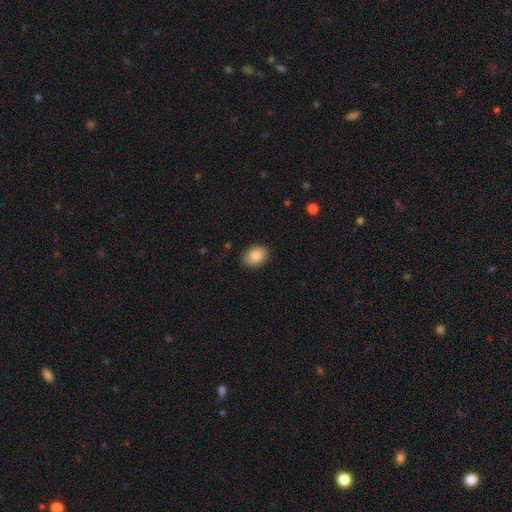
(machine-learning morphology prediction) Smooth or featured: smooth — 88% (star or artifact — 7%)
How rounded: in between — 69% (round — 30%)
Merging: none — 88% (minor disturbance — 9%)